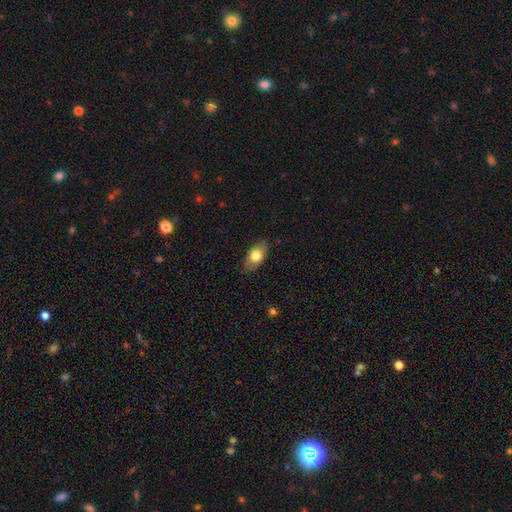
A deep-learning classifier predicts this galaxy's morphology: This appears to be a smooth galaxy with no disk features (71%) that is in between round and cigar-shaped (91%). Merging: none (84%).